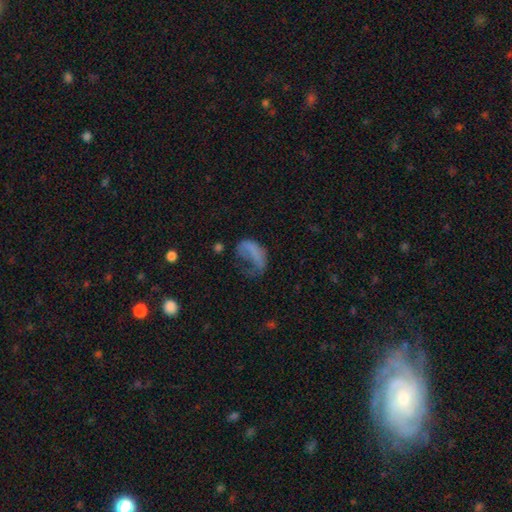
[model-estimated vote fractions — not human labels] Overall: smooth (53%; featured or disk 33%). How rounded: in between (82%). Merging: major disturbance (62%).